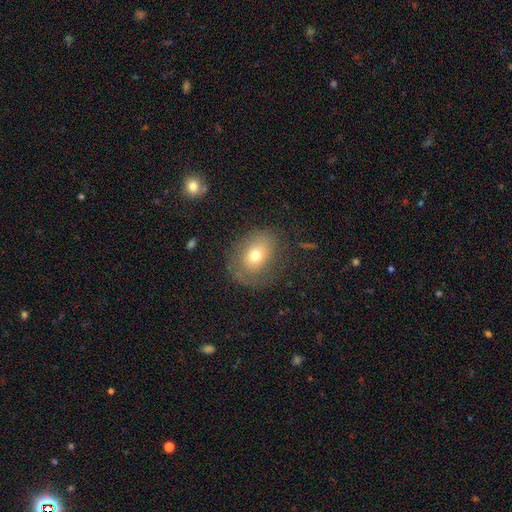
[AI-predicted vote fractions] smooth 64%, featured or disk 24%, star or artifact 12%. Down the decision tree: how rounded — round (55%); merging — none (69%).